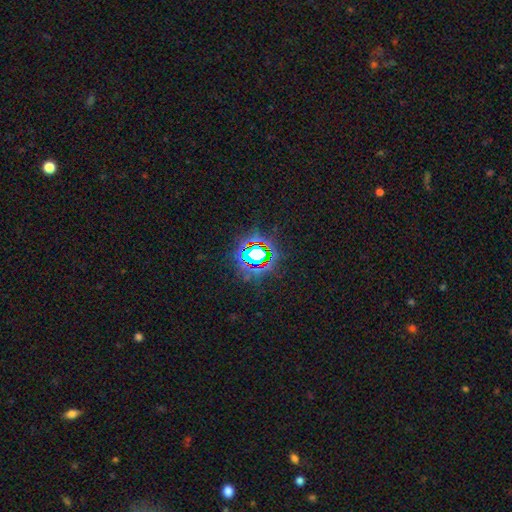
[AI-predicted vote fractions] This is likely a star or artifact rather than a galaxy (75%).